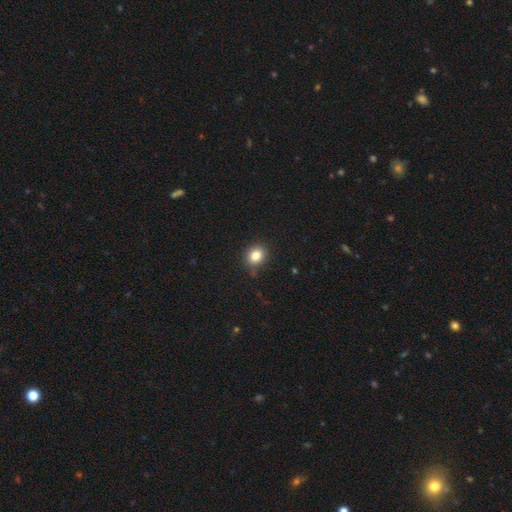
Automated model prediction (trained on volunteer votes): A smooth galaxy with no disk features (82%) that is round (79%).

Vote fractions:
- Smooth or featured? smooth: 82% / star or artifact: 11% / featured or disk: 6%
- How rounded? round: 79% / in between: 20% / cigar-shaped: 1%
- Merging? none: 82% / minor disturbance: 13% / major disturbance: 3% / merger: 2%